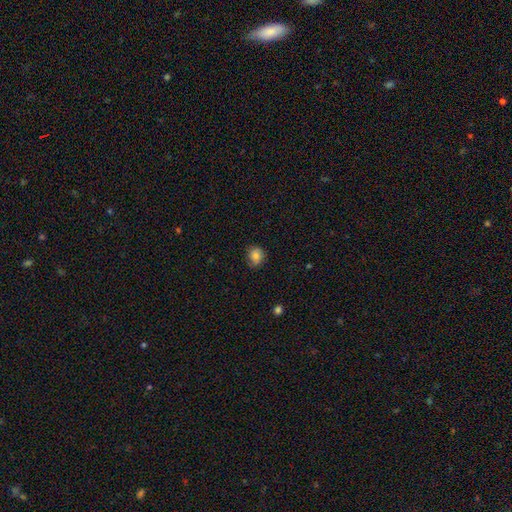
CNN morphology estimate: This is likely a smooth galaxy (73%). How rounded: likely round (78%). Merging: likely none (76%).